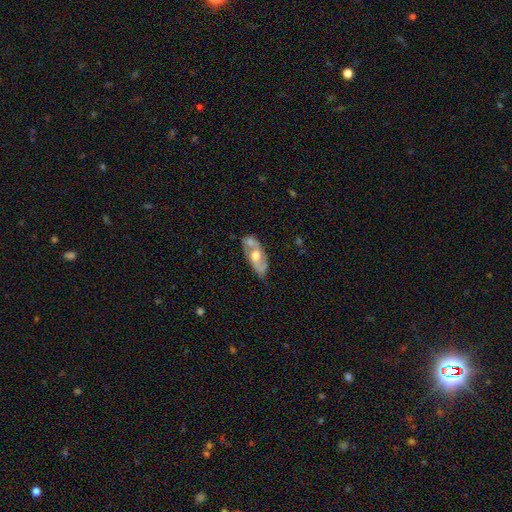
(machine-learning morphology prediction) This appears to be a featured or disk galaxy (61%) with no bar (70%), spiral arms (58%) and a moderate central bulge (67%). Merging: none (51%).